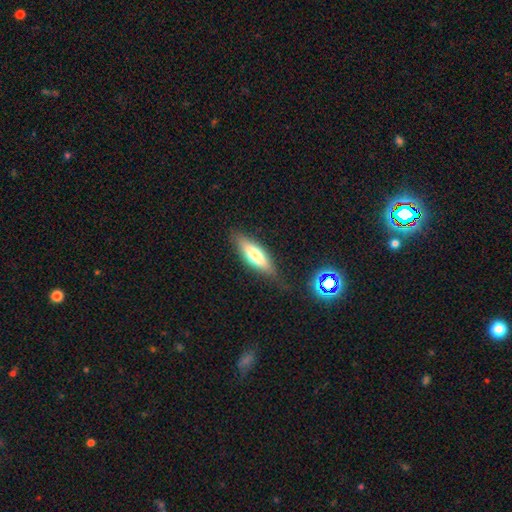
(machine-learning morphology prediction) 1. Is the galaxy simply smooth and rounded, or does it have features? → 61% smooth, 31% featured or disk, 8% star or artifact.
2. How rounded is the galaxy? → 50% in between, 48% cigar-shaped, 2% round.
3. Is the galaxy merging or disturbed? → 75% none, 17% minor disturbance, 5% major disturbance, 3% merger.